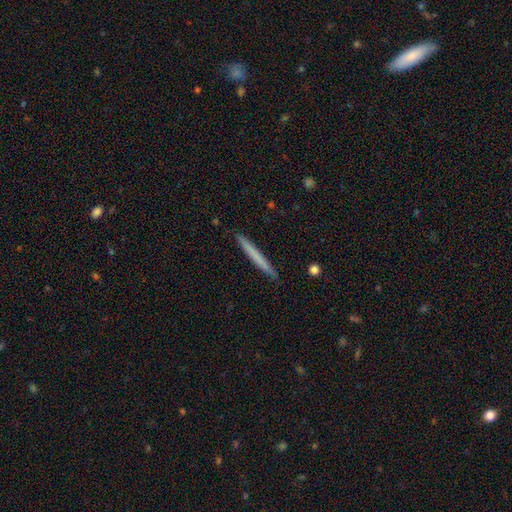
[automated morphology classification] The model was most divided on "smooth or featured": smooth: 65%, featured or disk: 30%, star or artifact: 5%. More confident: how rounded — cigar-shaped (97%); merging — none (91%).